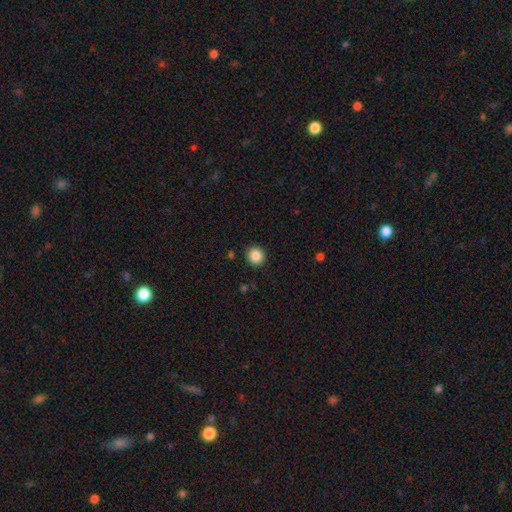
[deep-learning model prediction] The model was most divided on "smooth or featured": smooth: 86%, star or artifact: 10%, featured or disk: 4%. More confident: how rounded — round (92%); merging — none (91%).